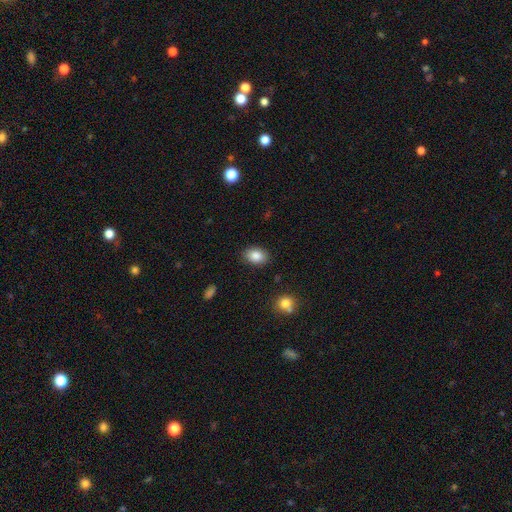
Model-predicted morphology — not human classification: smooth-or-featured: smooth: 86% | star or artifact: 8% | featured or disk: 6%
  how-rounded: in between: 82% | round: 17% | cigar-shaped: 1%
  merging: none: 86% | minor disturbance: 10% | major disturbance: 3% | merger: 1%